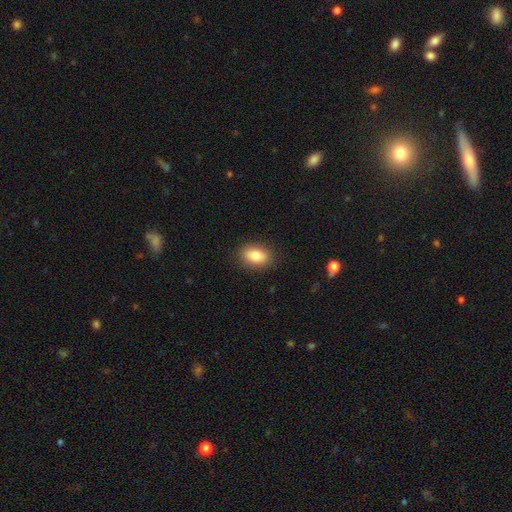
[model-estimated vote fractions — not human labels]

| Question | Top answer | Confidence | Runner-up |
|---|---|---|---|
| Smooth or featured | smooth | 81% | featured or disk (10%) |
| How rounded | in between | 81% | round (17%) |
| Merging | none | 87% | minor disturbance (9%) |